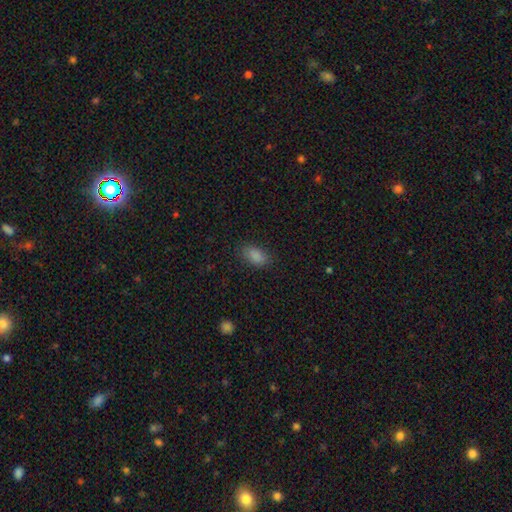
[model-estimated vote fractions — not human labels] Smooth or featured: smooth — 87% (star or artifact — 10%)
How rounded: in between — 91% (round — 6%)
Merging: none — 82% (minor disturbance — 13%)